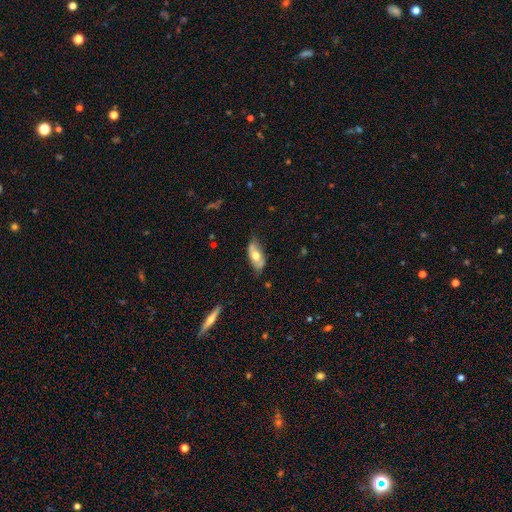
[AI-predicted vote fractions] smooth_or_featured: smooth (p=0.57) [alt: featured or disk p=0.37]
how_rounded: in between (p=0.84) [alt: cigar-shaped p=0.13]
merging: none (p=0.70) [alt: minor disturbance p=0.24]